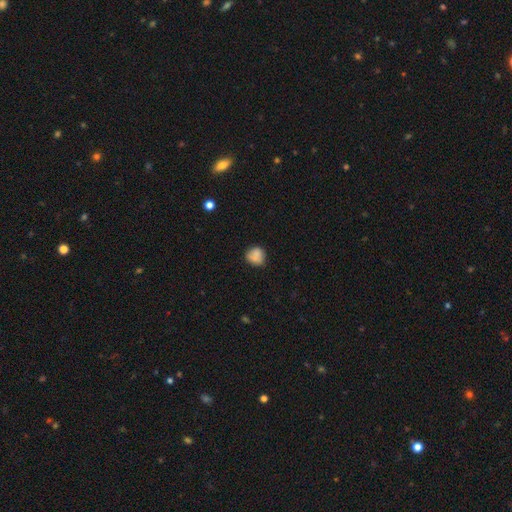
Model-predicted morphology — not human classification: smooth 80%, featured or disk 11%, star or artifact 9%. Down the decision tree: how rounded — round (81%); merging — none (65%).